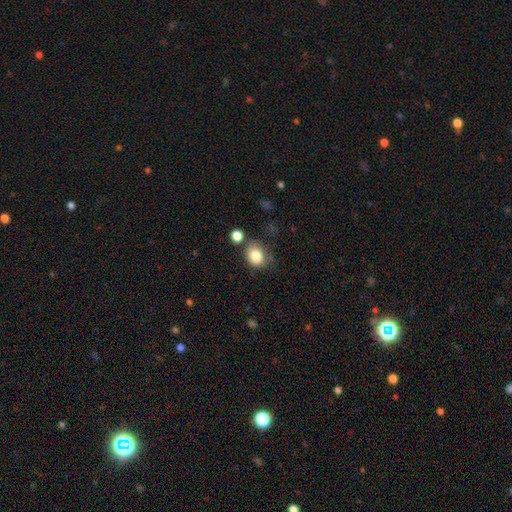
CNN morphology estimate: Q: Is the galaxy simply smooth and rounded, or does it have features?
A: smooth — 82%.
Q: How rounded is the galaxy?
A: in between — 50%.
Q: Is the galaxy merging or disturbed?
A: none — 60%.